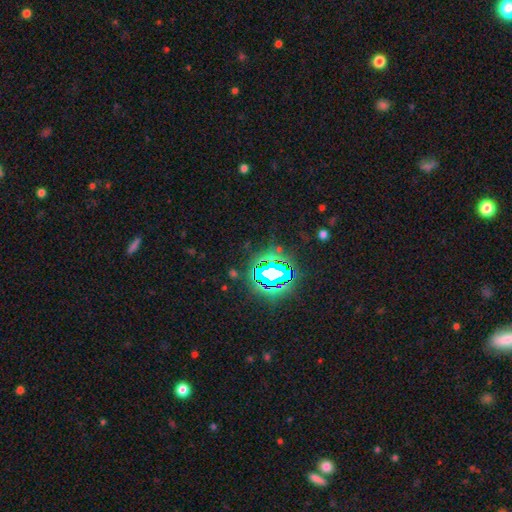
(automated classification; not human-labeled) A star or artifact, not a galaxy (80%).